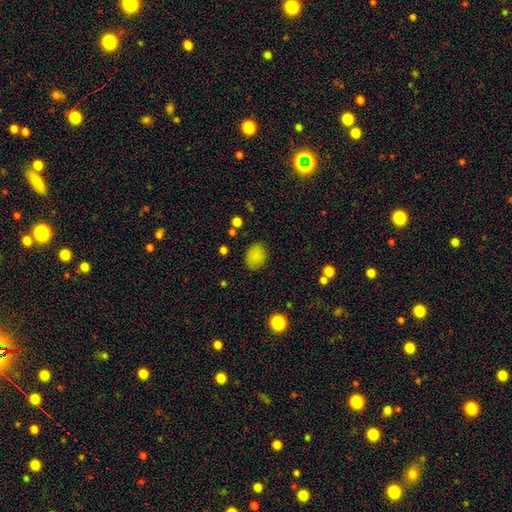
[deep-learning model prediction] Q: Smooth or featured?
A: smooth (85%); runner-up: star or artifact (10%)
Q: How rounded?
A: in between (59%); runner-up: round (40%)
Q: Merging?
A: none (84%); runner-up: minor disturbance (11%)